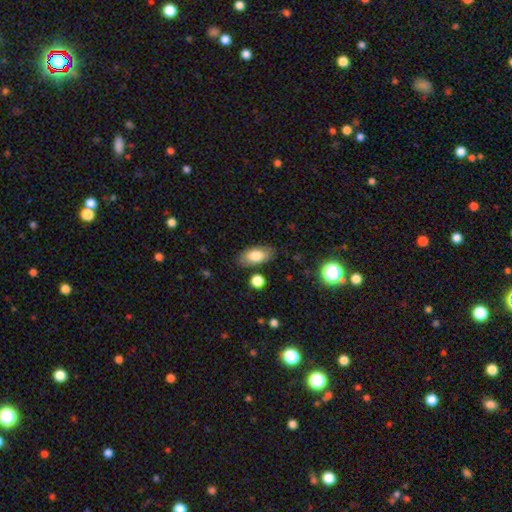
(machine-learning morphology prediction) A smooth galaxy with no disk features (77%) that is in between round and cigar-shaped (90%). Merging: none (81%).